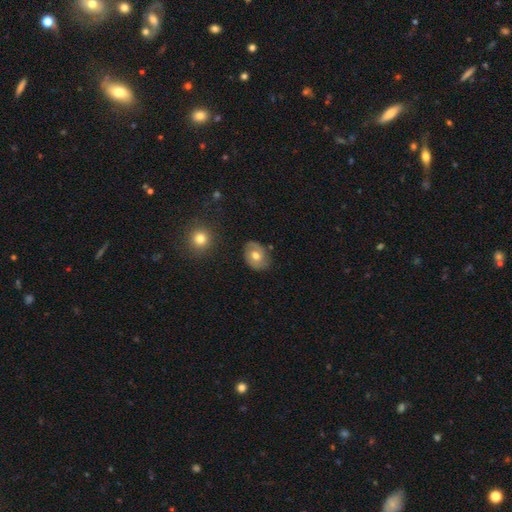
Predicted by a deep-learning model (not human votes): This appears to be a smooth galaxy with no disk features (56%) that is in between round and cigar-shaped (58%). Merging: none (77%).